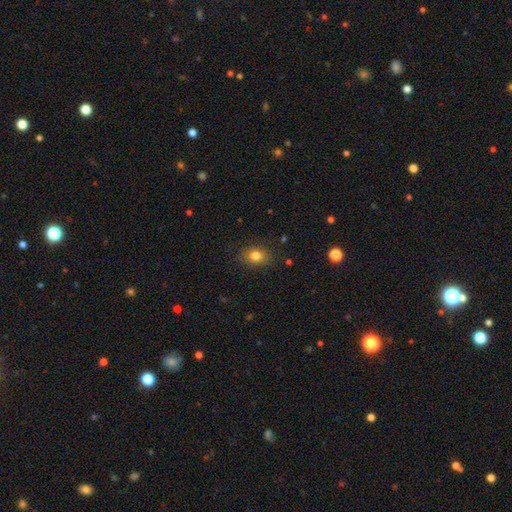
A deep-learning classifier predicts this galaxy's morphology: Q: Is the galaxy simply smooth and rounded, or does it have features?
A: smooth — 81%.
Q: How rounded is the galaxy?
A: in between — 62%.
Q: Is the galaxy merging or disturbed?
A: none — 85%.